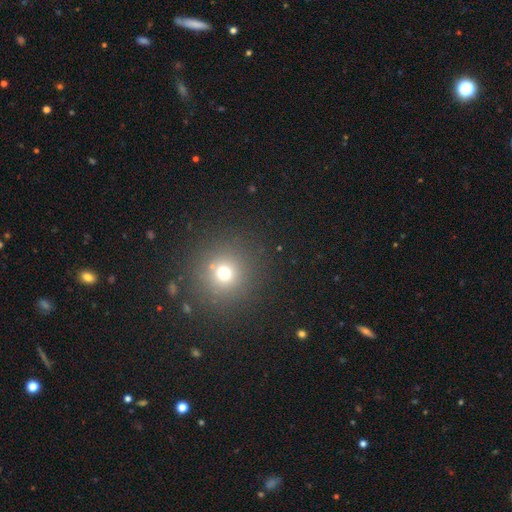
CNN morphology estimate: smooth-or-featured: smooth: 59% | star or artifact: 34% | featured or disk: 7%
  how-rounded: round: 94% | in between: 5% | cigar-shaped: 1%
  merging: none: 92% | minor disturbance: 5% | major disturbance: 2% | merger: 2%